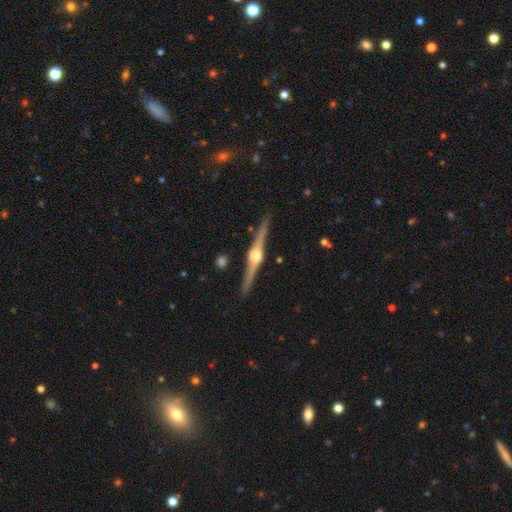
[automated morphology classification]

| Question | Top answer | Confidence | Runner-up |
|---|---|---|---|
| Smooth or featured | featured or disk | 87% | smooth (7%) |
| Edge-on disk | yes | 98% | no (2%) |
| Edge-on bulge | rounded | 95% | boxy (4%) |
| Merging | none | 90% | minor disturbance (7%) |